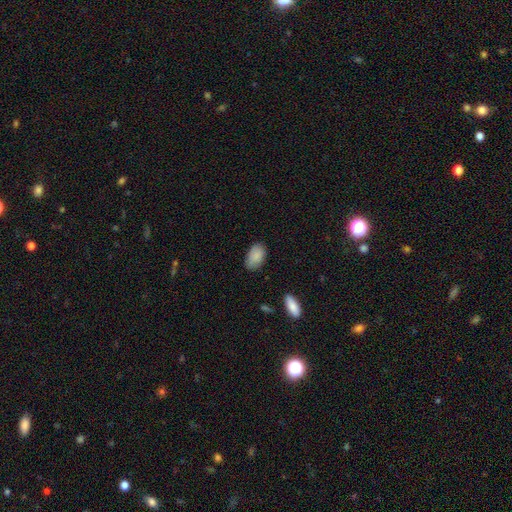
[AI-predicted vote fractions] A smooth galaxy with no disk features (87%) that is in between round and cigar-shaped (93%).

Vote fractions:
- Smooth or featured? smooth: 87% / star or artifact: 7% / featured or disk: 6%
- How rounded? in between: 93% / round: 5% / cigar-shaped: 2%
- Merging? none: 77% / minor disturbance: 18% / major disturbance: 3% / merger: 1%